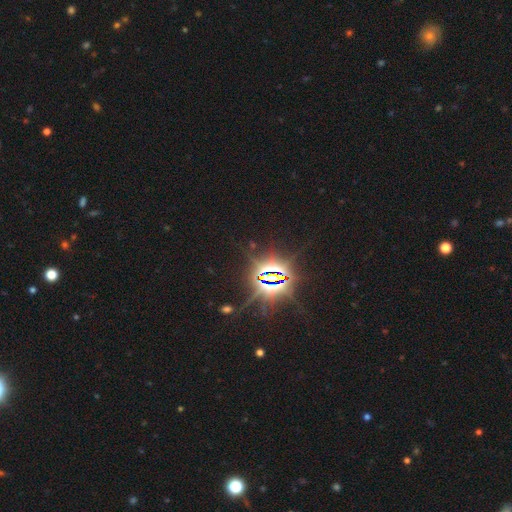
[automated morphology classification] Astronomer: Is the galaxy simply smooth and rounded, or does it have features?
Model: star or artifact — 86%.